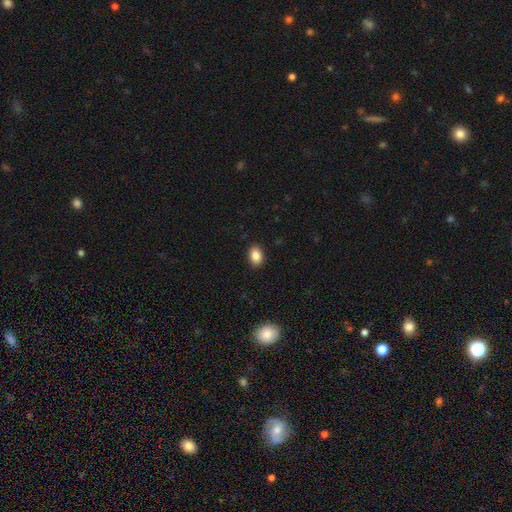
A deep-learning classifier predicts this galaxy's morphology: A smooth galaxy with no disk features (87%) that is in between round and cigar-shaped (79%). Merging: none (90%).